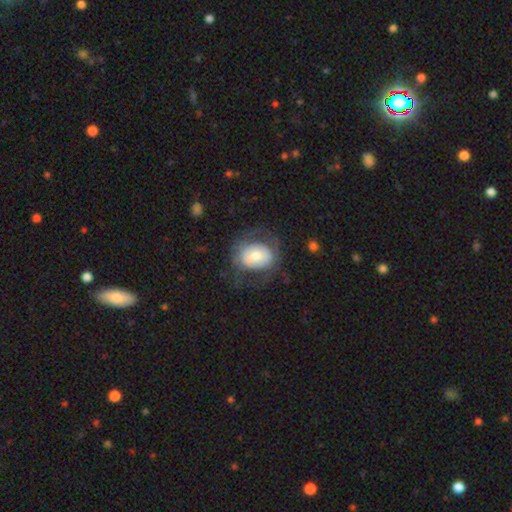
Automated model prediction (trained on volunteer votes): Smooth or featured? Predicted: smooth (p=0.53). How rounded? Predicted: in between (p=0.53). Merging? Predicted: none (p=0.57).